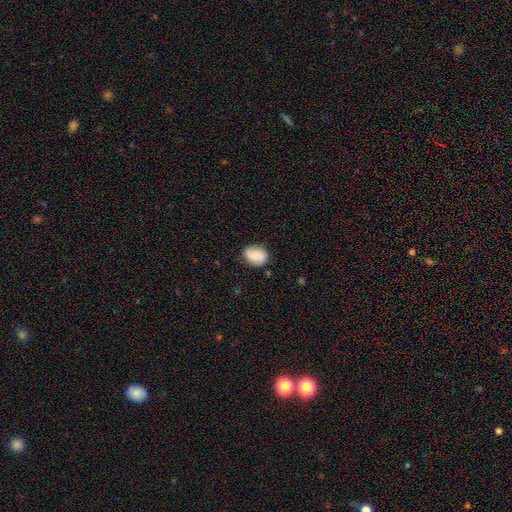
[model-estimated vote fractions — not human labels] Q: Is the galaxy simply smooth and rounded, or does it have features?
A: smooth — 66%.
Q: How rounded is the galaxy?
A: in between — 62%.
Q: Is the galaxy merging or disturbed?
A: none — 73%.